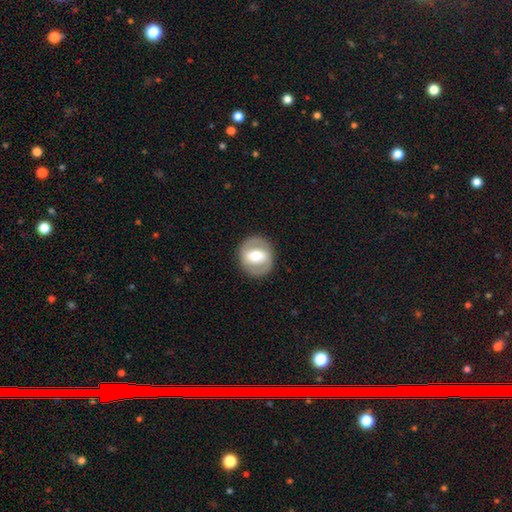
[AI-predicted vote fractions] The model was most divided on "bar": strong: 41%, weak: 35%, no: 23%. More confident: edge-on disk — no (95%); merging — none (87%); bulge size — moderate (64%); smooth or featured — featured or disk (60%); spiral arms — no (57%).